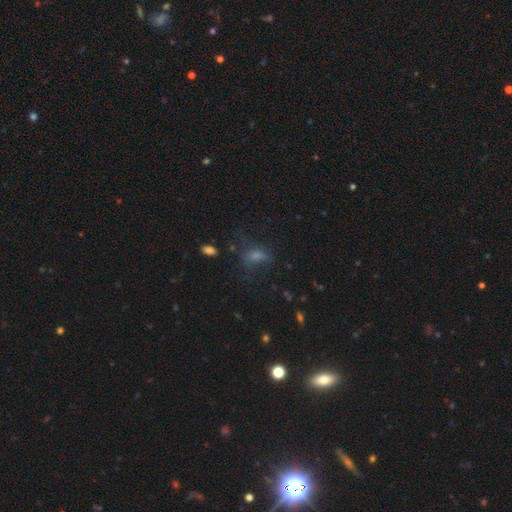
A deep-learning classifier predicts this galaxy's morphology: The model was most divided on "smooth or featured": smooth: 50%, star or artifact: 30%, featured or disk: 20%. More confident: how rounded — in between (72%); merging — none (56%).